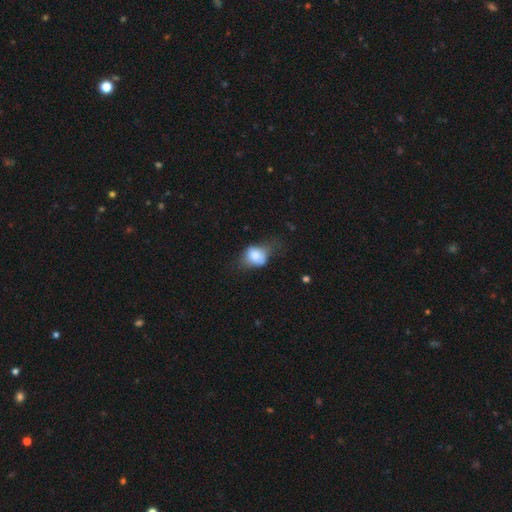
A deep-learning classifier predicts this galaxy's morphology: A smooth galaxy with no disk features (72%) that is in between round and cigar-shaped (54%).

Vote fractions:
- Smooth or featured? smooth: 72% / featured or disk: 19% / star or artifact: 9%
- How rounded? in between: 54% / round: 45% / cigar-shaped: 1%
- Merging? minor disturbance: 37% / none: 31% / major disturbance: 27% / merger: 4%